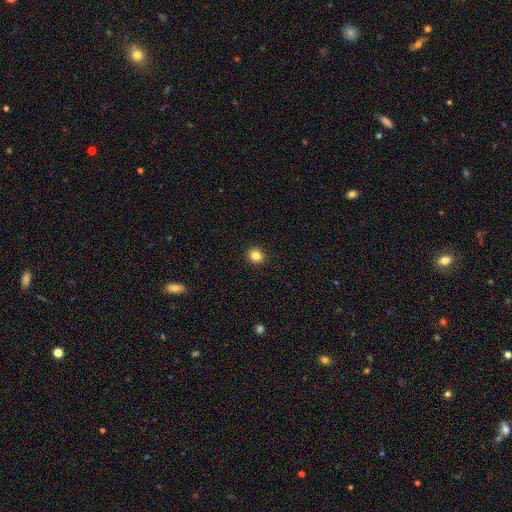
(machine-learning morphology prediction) Smooth or featured: smooth — 84% (star or artifact — 11%)
How rounded: round — 78% (in between — 21%)
Merging: none — 93% (minor disturbance — 5%)